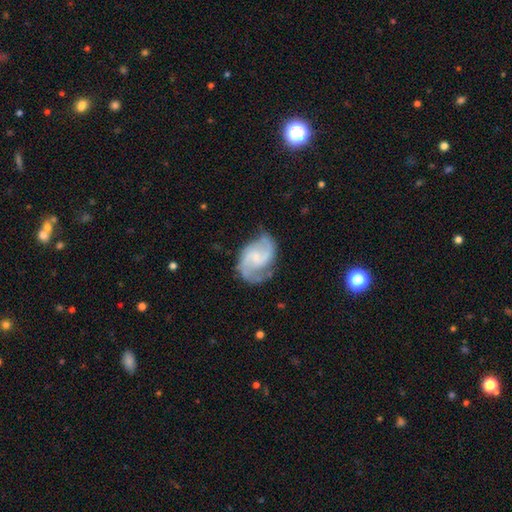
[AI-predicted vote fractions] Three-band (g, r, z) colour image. It shows a featured or disk galaxy (83%) with a weak bar (48%), 2 (88%) medium (52%) spiral arms (96%) and a small central bulge (44%). Merging: none (68%).